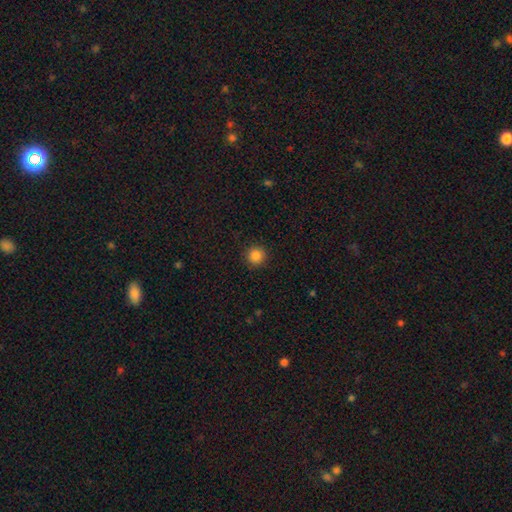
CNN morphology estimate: A smooth galaxy with no disk features (85%) that is round (95%). Merging: none (92%).